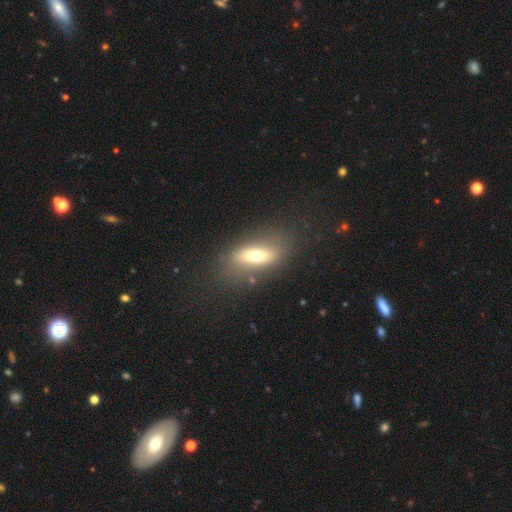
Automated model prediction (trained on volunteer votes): Q: Smooth or featured?
A: smooth (53%); runner-up: featured or disk (38%)
Q: How rounded?
A: in between (69%); runner-up: cigar-shaped (25%)
Q: Merging?
A: none (71%); runner-up: minor disturbance (16%)